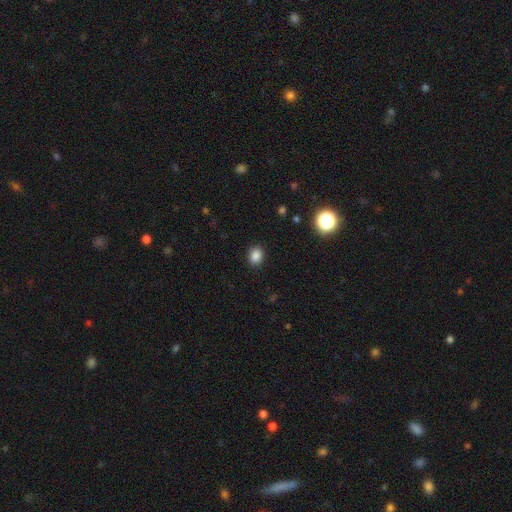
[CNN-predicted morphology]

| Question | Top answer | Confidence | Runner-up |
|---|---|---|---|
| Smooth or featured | smooth | 86% | star or artifact (11%) |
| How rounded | round | 57% | in between (42%) |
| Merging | none | 89% | minor disturbance (7%) |